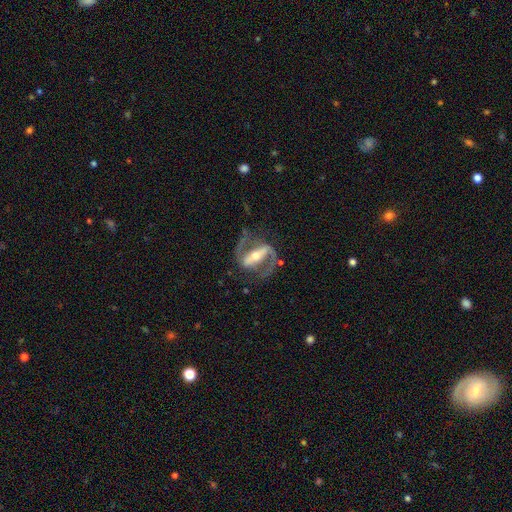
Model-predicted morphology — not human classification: This appears to be a featured or disk galaxy (90%) with a strong bar (76%), 2 (91%) medium (55%) spiral arms (93%) and a moderate central bulge (59%). Merging: none (73%).